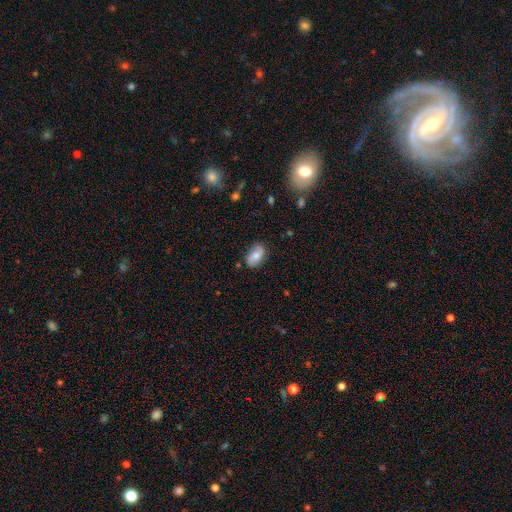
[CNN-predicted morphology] A smooth galaxy with no disk features (65%) that is in between round and cigar-shaped (90%). Merging: none (79%).